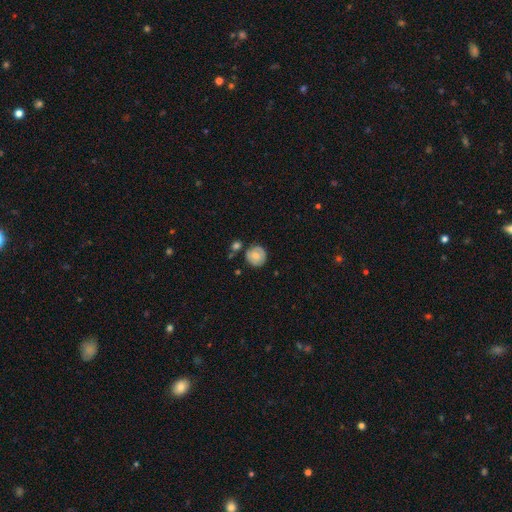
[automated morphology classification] Overall: smooth (59%; featured or disk 34%). How rounded: round (90%). Merging: none (70%).